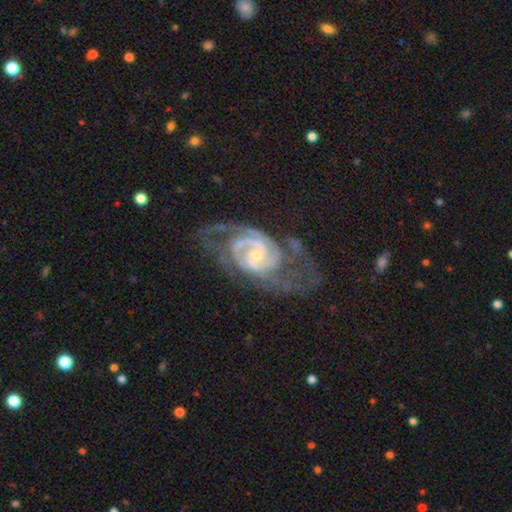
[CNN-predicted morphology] A featured or disk galaxy (92%) with no bar (54%), 2 (54%) tight (61%) spiral arms (98%) and a small central bulge (68%). Merging: none (55%).